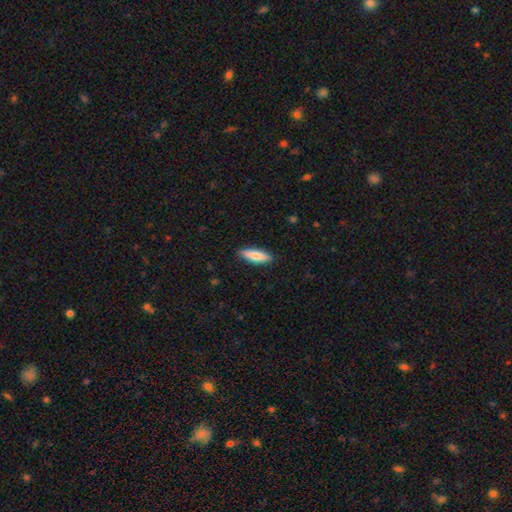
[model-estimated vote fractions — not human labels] Overall: smooth (78%). How rounded: cigar-shaped (51%; in between 48%). Merging: none (89%).